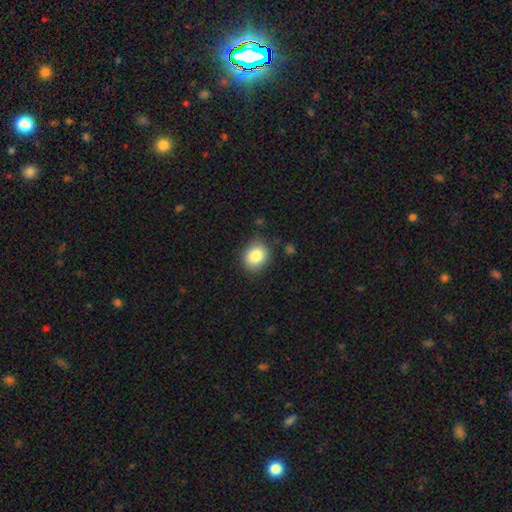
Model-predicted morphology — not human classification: The model was most divided on "how rounded": round: 64%, in between: 35%, cigar-shaped: 1%. More confident: merging — none (84%); smooth or featured — smooth (84%).